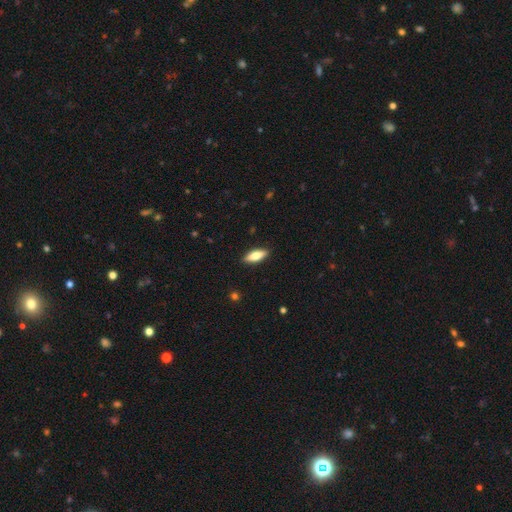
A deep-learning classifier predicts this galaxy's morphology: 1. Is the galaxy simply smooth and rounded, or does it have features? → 70% smooth, 25% featured or disk, 6% star or artifact.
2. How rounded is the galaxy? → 61% in between, 36% cigar-shaped, 2% round.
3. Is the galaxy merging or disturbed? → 89% none, 8% minor disturbance, 2% major disturbance, 1% merger.